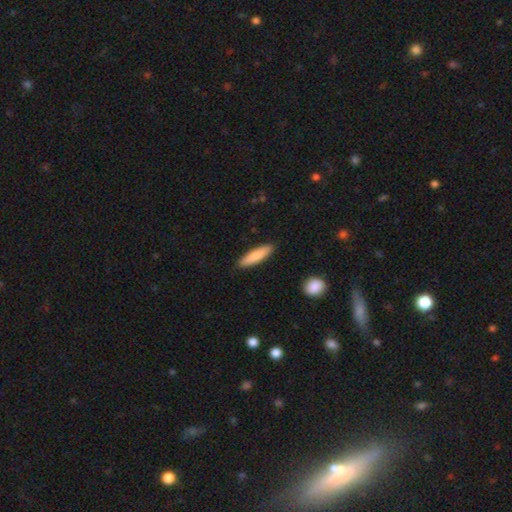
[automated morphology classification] This is clearly a smooth galaxy (81%). How rounded: likely cigar-shaped (72%). Merging: clearly none (89%).